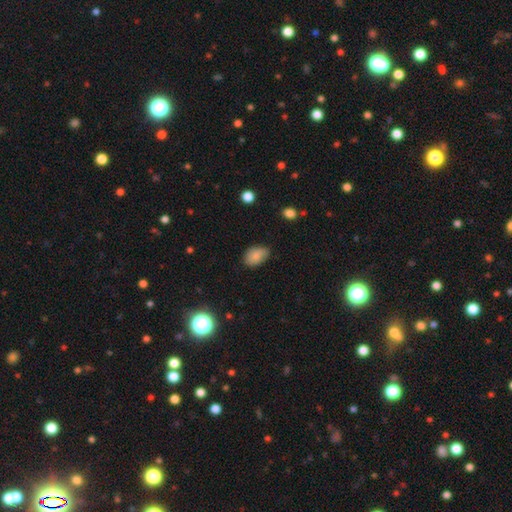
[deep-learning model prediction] Smooth or featured: smooth — 84% (star or artifact — 9%)
How rounded: in between — 88% (round — 11%)
Merging: none — 71% (minor disturbance — 24%)